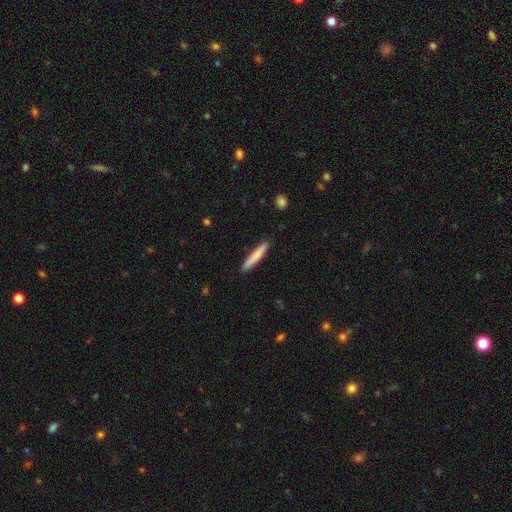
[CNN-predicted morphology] A smooth galaxy with no disk features (79%) that is cigar-shaped (94%). Merging: none (90%).